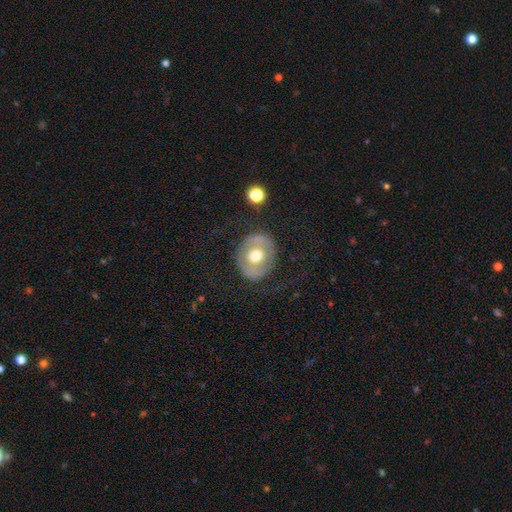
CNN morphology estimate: smooth 49%, featured or disk 44%, star or artifact 7%. Down the decision tree: merging — none (76%).